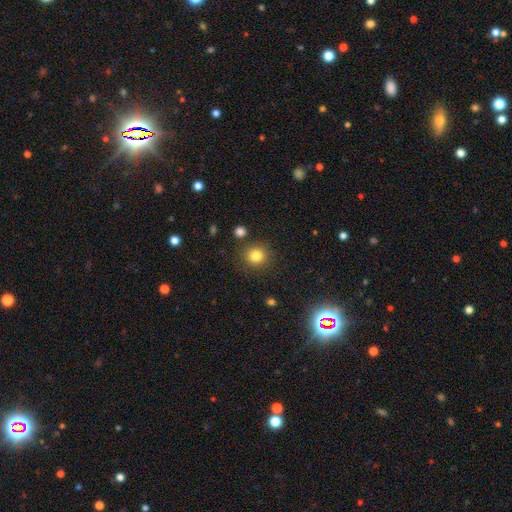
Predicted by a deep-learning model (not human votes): A smooth galaxy with no disk features (81%) that is round (90%). Merging: none (86%).